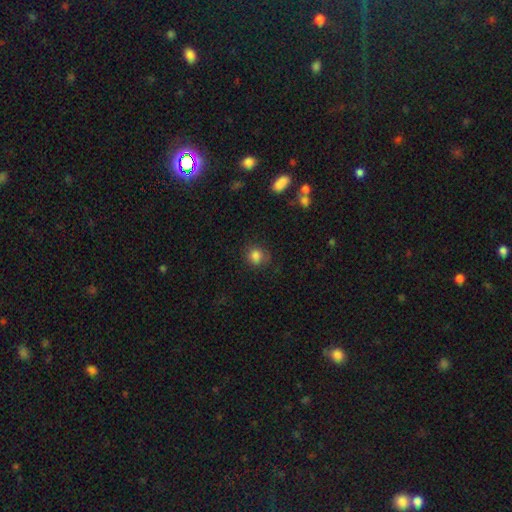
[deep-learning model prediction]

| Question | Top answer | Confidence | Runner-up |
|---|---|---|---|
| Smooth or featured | smooth | 84% | star or artifact (11%) |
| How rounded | round | 86% | in between (13%) |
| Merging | none | 76% | minor disturbance (16%) |